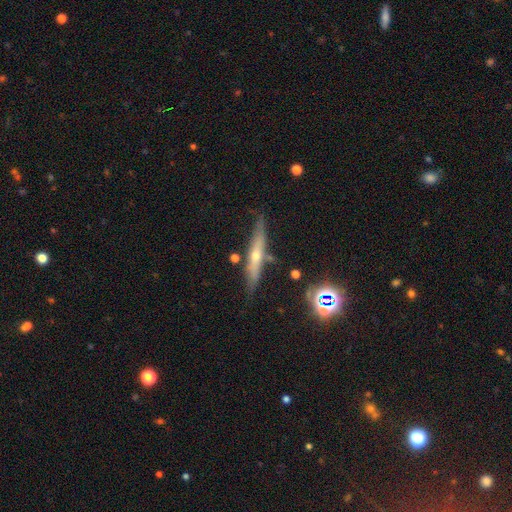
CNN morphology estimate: featured or disk 60%, smooth 30%, star or artifact 10%. Down the decision tree: edge-on disk — yes (90%); edge-on bulge — rounded (77%); merging — none (77%).